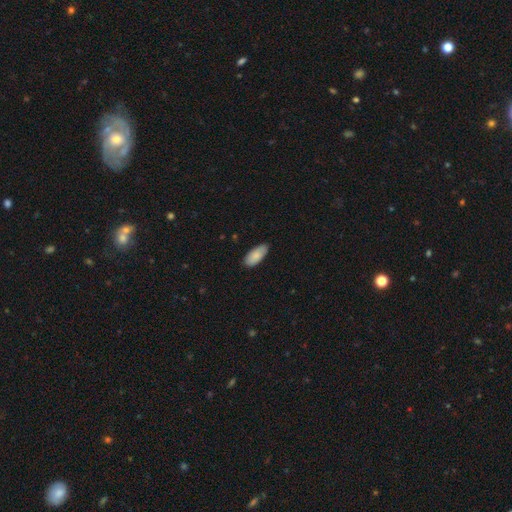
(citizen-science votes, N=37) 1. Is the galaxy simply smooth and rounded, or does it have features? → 89% smooth, 8% featured or disk, 3% star or artifact.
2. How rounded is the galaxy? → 97% in between, 3% round, 0% cigar-shaped.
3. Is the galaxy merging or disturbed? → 64% none, 22% minor disturbance, 8% major disturbance, 6% merger.